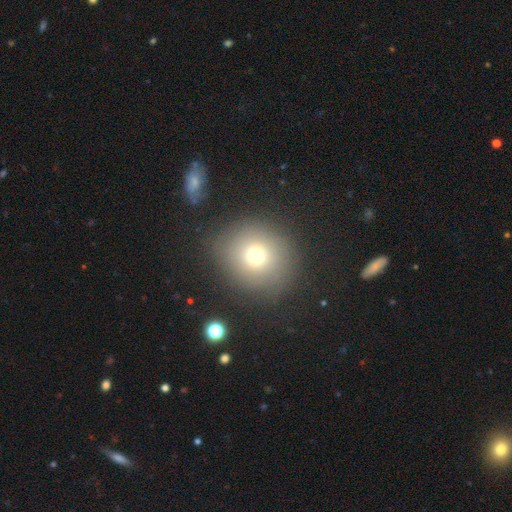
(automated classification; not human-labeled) Smooth or featured: smooth — 71% (star or artifact — 16%)
How rounded: round — 87% (in between — 12%)
Merging: none — 82% (minor disturbance — 10%)